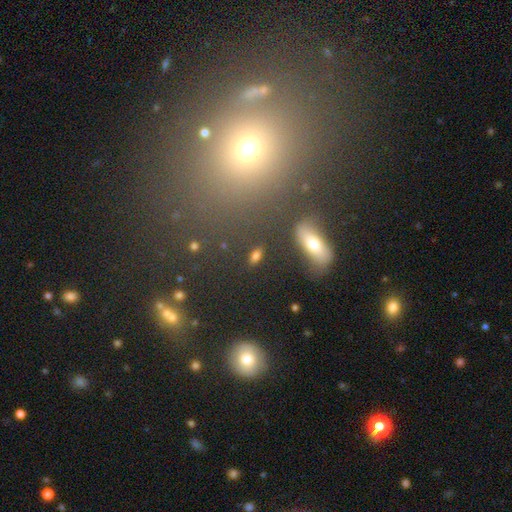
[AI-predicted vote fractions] A smooth galaxy with no disk features (77%) that is in between round and cigar-shaped (79%).

Vote fractions:
- Smooth or featured? smooth: 77% / star or artifact: 14% / featured or disk: 9%
- How rounded? in between: 79% / cigar-shaped: 11% / round: 10%
- Merging? none: 83% / minor disturbance: 9% / merger: 4% / major disturbance: 4%